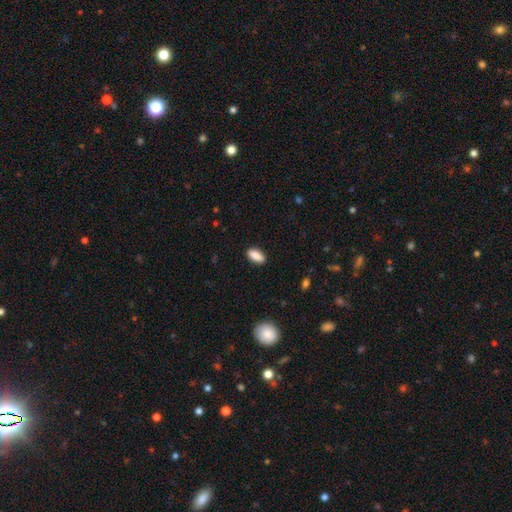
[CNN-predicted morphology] Q: Smooth or featured?
A: smooth (88%); runner-up: star or artifact (7%)
Q: How rounded?
A: in between (87%); runner-up: cigar-shaped (10%)
Q: Merging?
A: none (88%); runner-up: minor disturbance (9%)